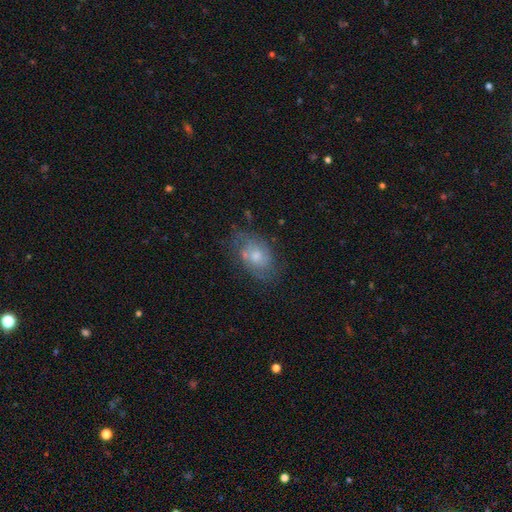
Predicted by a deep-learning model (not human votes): A featured or disk galaxy (60%) with no bar (73%), spiral arms (77%) and a moderate central bulge (53%). Merging: none (63%).